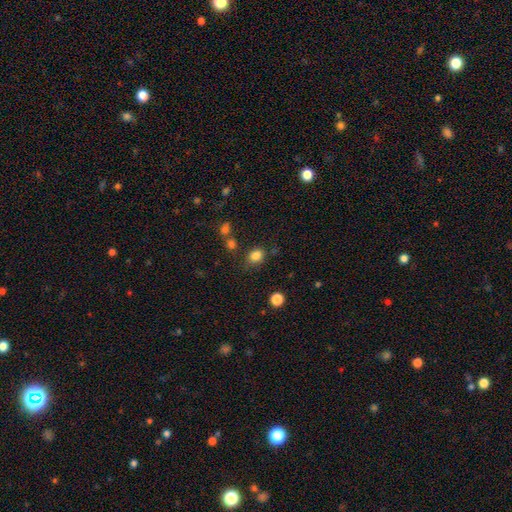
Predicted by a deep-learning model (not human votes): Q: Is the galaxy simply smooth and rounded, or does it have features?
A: smooth — 82%.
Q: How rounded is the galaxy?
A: round — 55%.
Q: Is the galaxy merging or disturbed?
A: none — 73%.